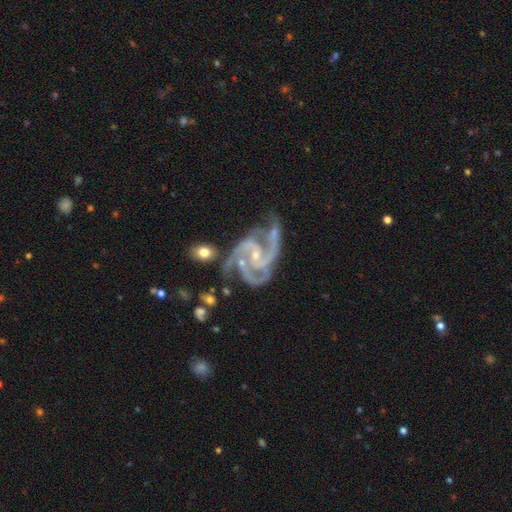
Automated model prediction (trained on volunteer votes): Morphology: type=featured or disk (93%); edge-on=no (98%); bar=no (47%); spiral arms=yes (99%); winding=medium (59%); arm count=3 (58%); bulge=small (78%); merging=none (51%).